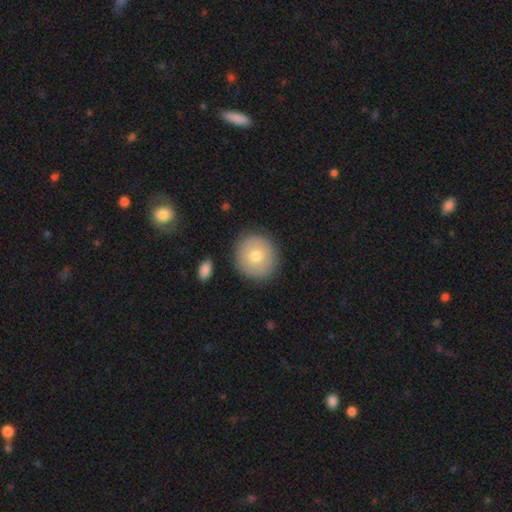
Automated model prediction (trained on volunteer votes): Smooth or featured? Predicted: smooth (p=0.71). How rounded? Predicted: round (p=0.88). Merging? Predicted: none (p=0.86).